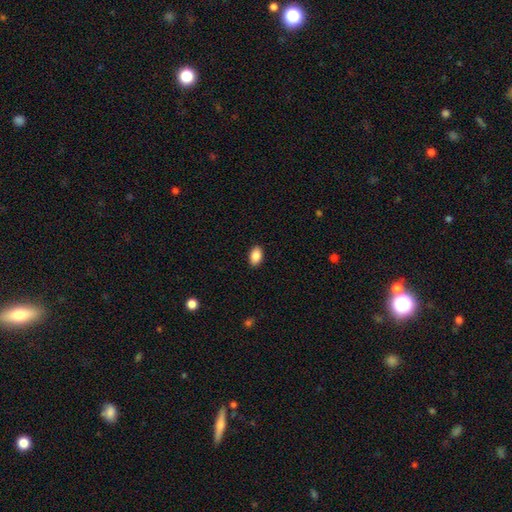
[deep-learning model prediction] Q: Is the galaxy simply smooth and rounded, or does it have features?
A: smooth — 88%.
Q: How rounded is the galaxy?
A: in between — 91%.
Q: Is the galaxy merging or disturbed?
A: none — 90%.